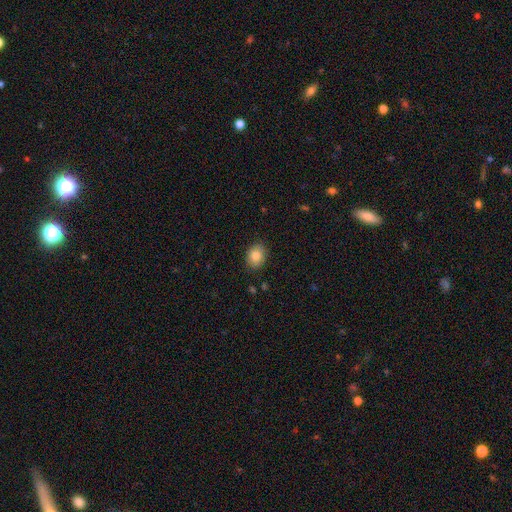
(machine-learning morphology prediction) Smooth or featured: smooth — 84% (star or artifact — 9%)
How rounded: in between — 56% (round — 43%)
Merging: none — 88% (minor disturbance — 9%)